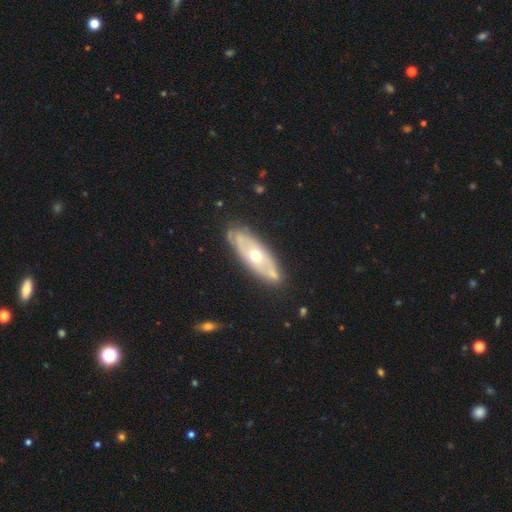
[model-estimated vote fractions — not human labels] Smooth or featured? featured or disk (66%)
Edge-on disk? no (73%)
Merging? none (81%)